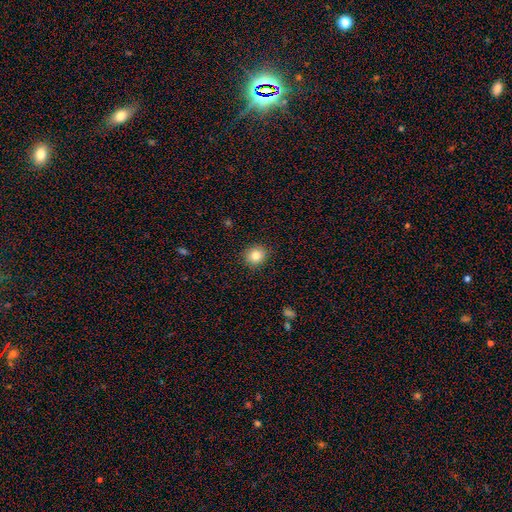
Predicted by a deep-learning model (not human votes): The model was most divided on "how rounded": round: 84%, in between: 15%, cigar-shaped: 1%. More confident: merging — none (90%); smooth or featured — smooth (83%).